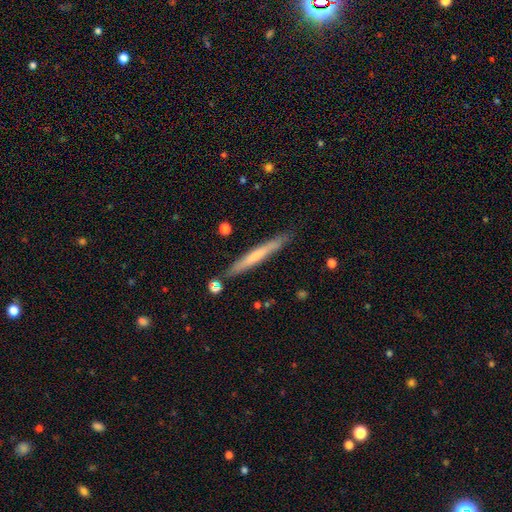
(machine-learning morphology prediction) type=smooth (54%); roundness=cigar-shaped (96%); merging=none (86%).